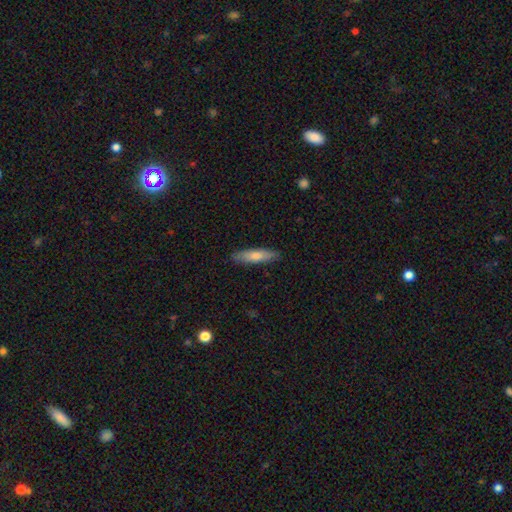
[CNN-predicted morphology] Overall: smooth (68%). How rounded: cigar-shaped (75%). Merging: none (88%).